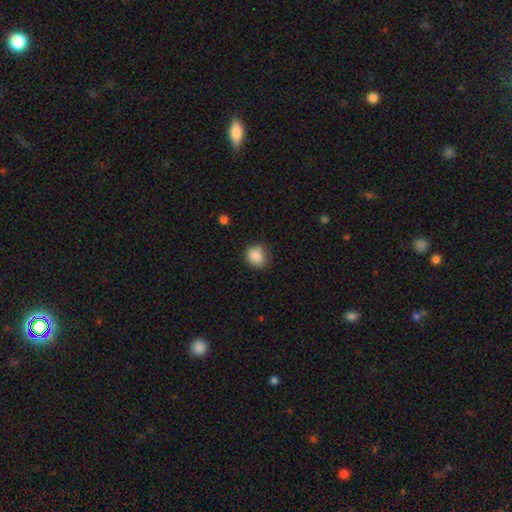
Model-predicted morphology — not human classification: Q: Smooth or featured?
A: smooth (87%); runner-up: star or artifact (9%)
Q: How rounded?
A: round (73%); runner-up: in between (26%)
Q: Merging?
A: none (71%); runner-up: minor disturbance (22%)